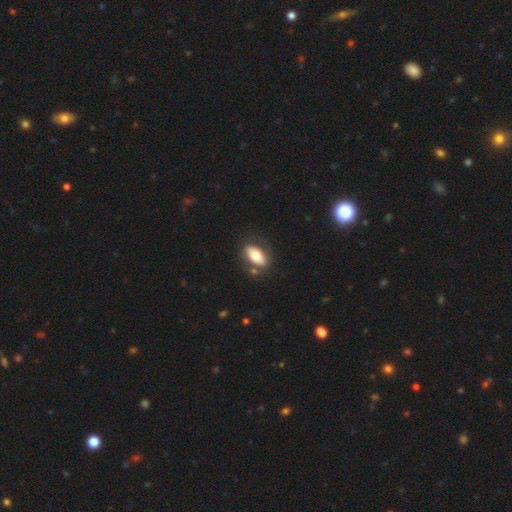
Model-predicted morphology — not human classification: Smooth or featured? smooth (62%)
How rounded? in between (88%)
Merging? none (72%)